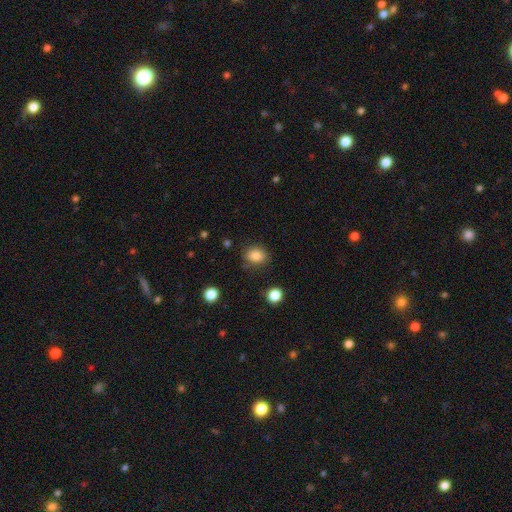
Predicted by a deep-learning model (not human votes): A smooth galaxy with no disk features (84%) that is round (58%). Merging: none (81%).